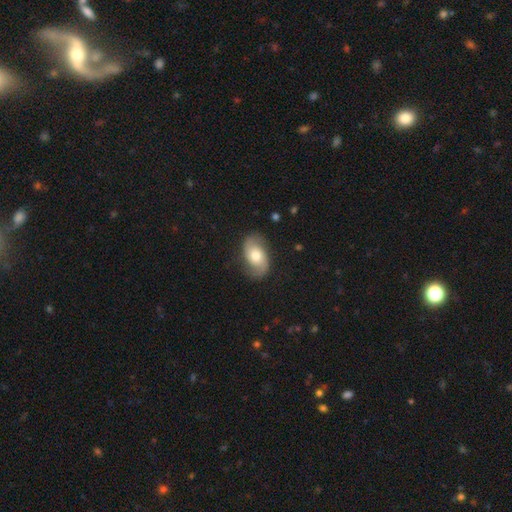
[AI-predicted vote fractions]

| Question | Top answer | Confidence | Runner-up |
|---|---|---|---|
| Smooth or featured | featured or disk | 59% | smooth (35%) |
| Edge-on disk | no | 96% | yes (4%) |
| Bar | no | 72% | weak (23%) |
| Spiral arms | yes | 84% | no (16%) |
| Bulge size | moderate | 67% | small (16%) |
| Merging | none | 78% | minor disturbance (15%) |